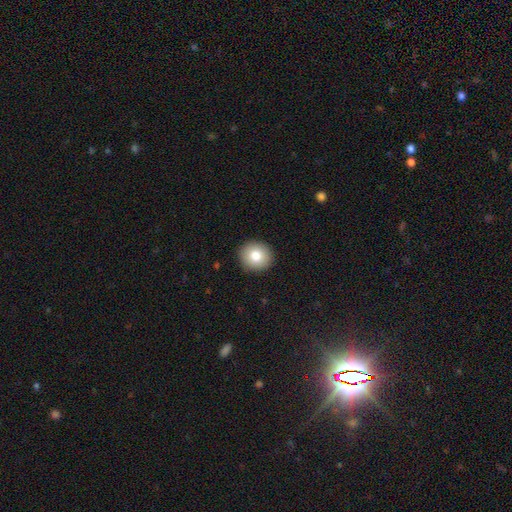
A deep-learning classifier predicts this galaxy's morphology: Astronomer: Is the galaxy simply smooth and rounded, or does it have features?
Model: smooth — 81%.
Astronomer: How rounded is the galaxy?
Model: round — 86%.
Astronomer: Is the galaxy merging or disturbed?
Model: none — 92%.